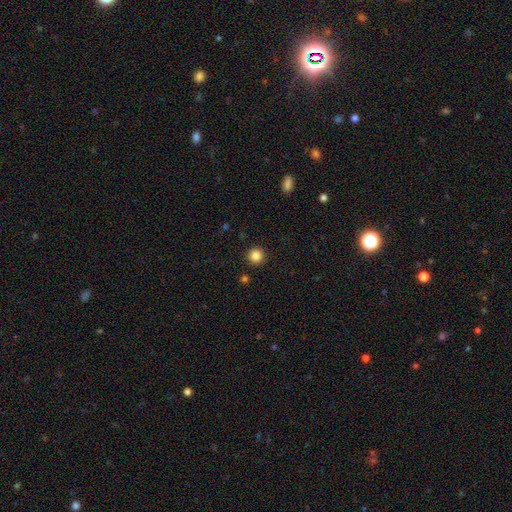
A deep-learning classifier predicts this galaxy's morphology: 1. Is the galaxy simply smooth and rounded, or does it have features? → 85% smooth, 11% star or artifact, 4% featured or disk.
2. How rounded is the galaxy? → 96% round, 4% in between, 1% cigar-shaped.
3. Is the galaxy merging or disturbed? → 92% none, 5% minor disturbance, 2% major disturbance, 1% merger.